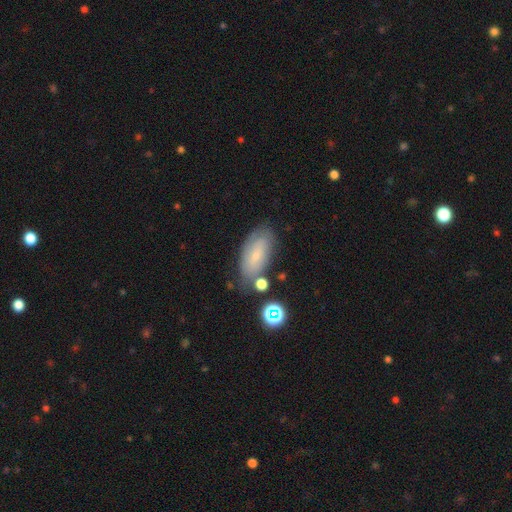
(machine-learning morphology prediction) Smooth or featured? smooth (51%)
How rounded? in between (88%)
Merging? none (67%)